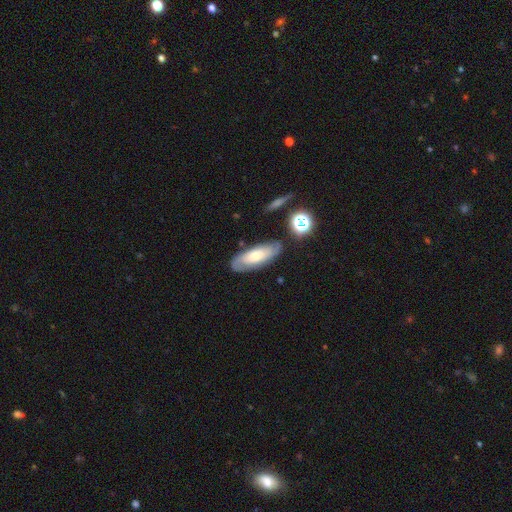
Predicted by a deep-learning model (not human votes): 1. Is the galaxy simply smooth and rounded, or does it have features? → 50% featured or disk, 42% smooth, 8% star or artifact.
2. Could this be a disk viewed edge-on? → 83% no, 17% yes.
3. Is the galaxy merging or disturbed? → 77% none, 16% minor disturbance, 5% major disturbance, 3% merger.